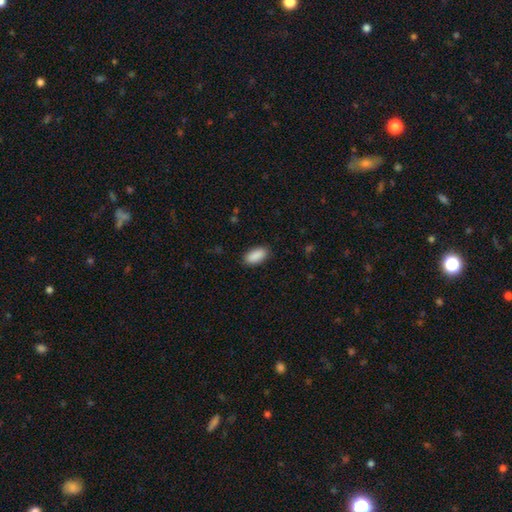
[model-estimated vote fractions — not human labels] This is clearly a smooth galaxy (91%). How rounded: clearly in between (92%). Merging: clearly none (88%).